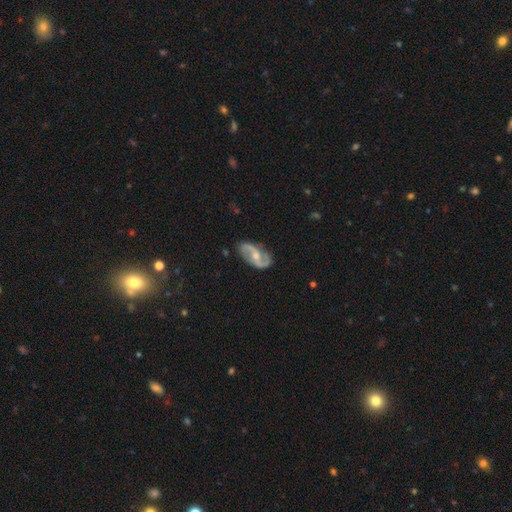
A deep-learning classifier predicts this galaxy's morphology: This appears to be a featured or disk galaxy (86%) with no bar (43%), 2 (92%) medium (44%) spiral arms (95%) and a moderate central bulge (57%). Merging: none (79%).